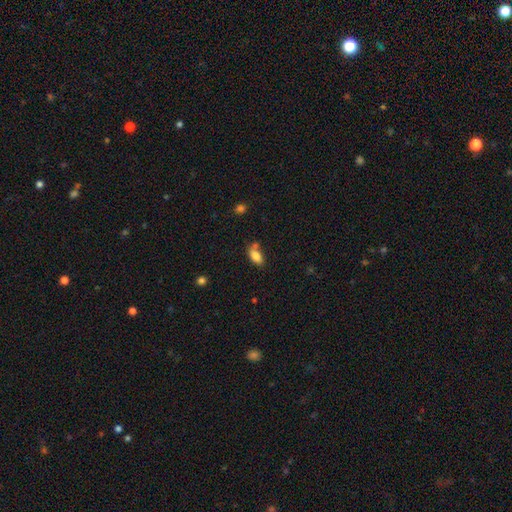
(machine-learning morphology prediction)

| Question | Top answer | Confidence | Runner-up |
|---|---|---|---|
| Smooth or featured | smooth | 84% | star or artifact (9%) |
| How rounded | in between | 90% | round (5%) |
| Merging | none | 54% | merger (21%) |